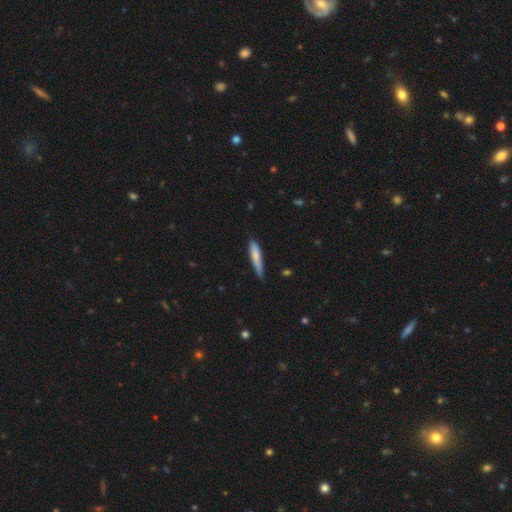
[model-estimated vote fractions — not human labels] smooth 76%, featured or disk 19%, star or artifact 5%. Down the decision tree: how rounded — cigar-shaped (87%); merging — none (71%).